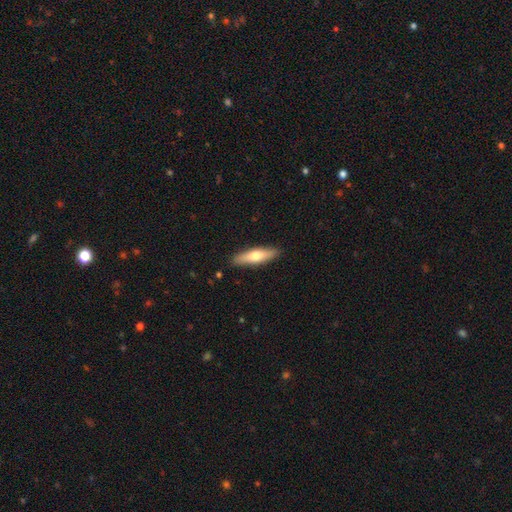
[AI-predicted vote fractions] smooth 61%, featured or disk 34%, star or artifact 5%. Down the decision tree: how rounded — cigar-shaped (69%); merging — none (89%).